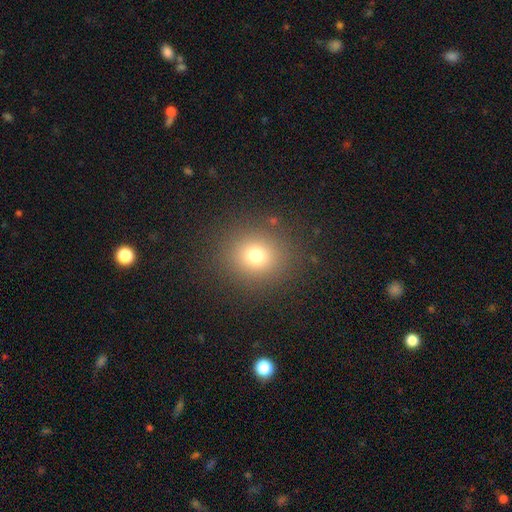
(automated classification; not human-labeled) This appears to be a smooth galaxy with no disk features (73%) that is round (87%). Merging: none (87%).